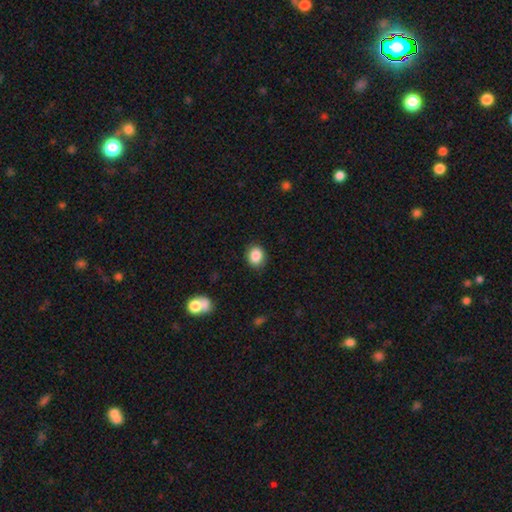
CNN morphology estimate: This is clearly a smooth galaxy (87%). How rounded: possibly round (57%). Merging: clearly none (86%).